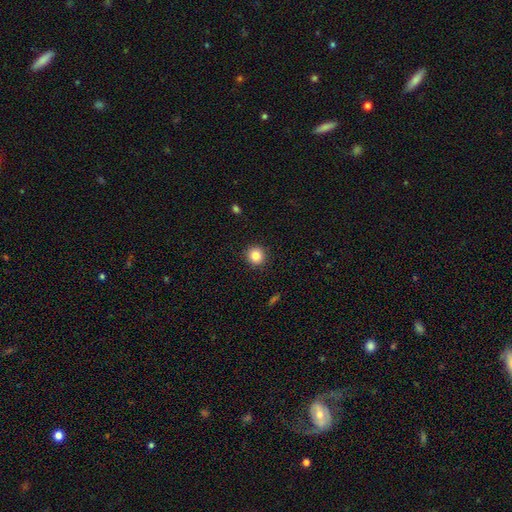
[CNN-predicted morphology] Smooth or featured: smooth — 84% (star or artifact — 10%)
How rounded: round — 94% (in between — 5%)
Merging: none — 92% (minor disturbance — 5%)